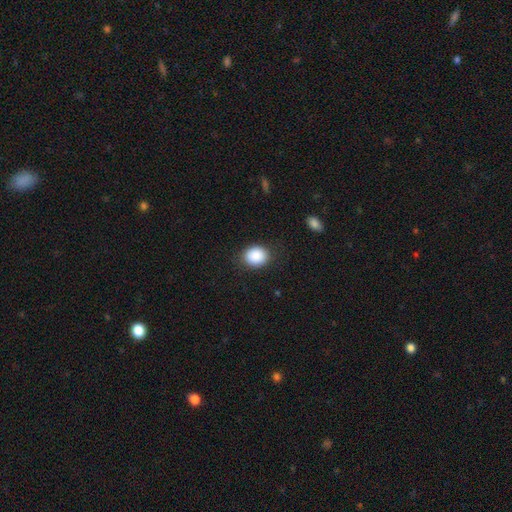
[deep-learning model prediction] Smooth or featured?
  - smooth: 89% *
  - star or artifact: 8%
  - featured or disk: 3%
How rounded?
  - round: 60% *
  - in between: 39%
  - cigar-shaped: 1%
Merging?
  - none: 85% *
  - minor disturbance: 10%
  - major disturbance: 3%
  - merger: 1%